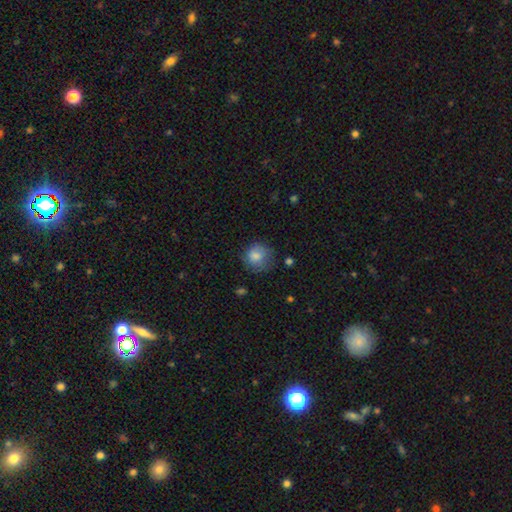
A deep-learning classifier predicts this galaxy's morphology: smooth_or_featured: smooth (p=0.80) [alt: featured or disk p=0.11]
how_rounded: round (p=0.84) [alt: in between p=0.15]
merging: none (p=0.65) [alt: minor disturbance p=0.24]